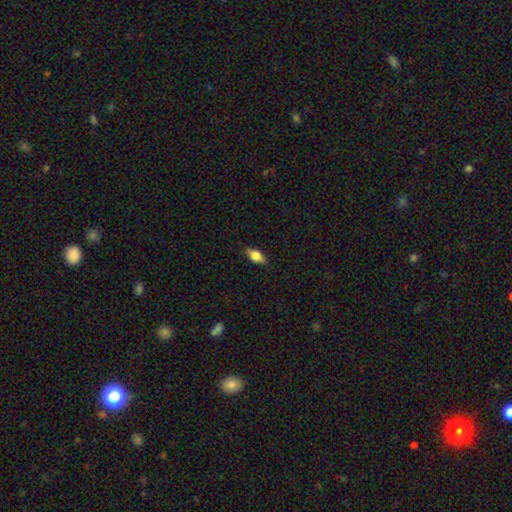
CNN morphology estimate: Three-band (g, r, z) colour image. It shows a smooth galaxy with no disk features (74%) that is in between round and cigar-shaped (85%). Merging: none (84%).